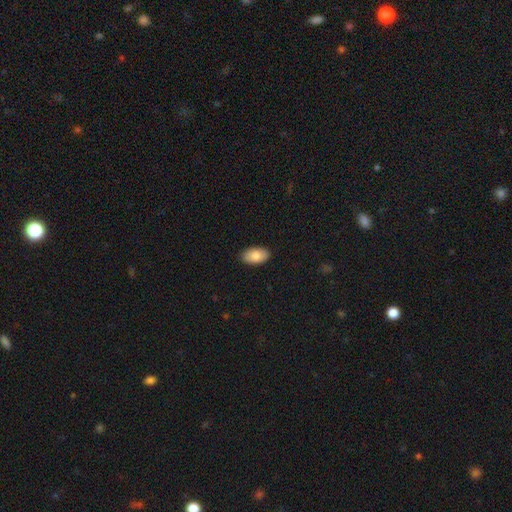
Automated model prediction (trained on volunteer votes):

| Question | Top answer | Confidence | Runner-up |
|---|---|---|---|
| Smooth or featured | smooth | 80% | featured or disk (13%) |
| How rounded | in between | 94% | round (4%) |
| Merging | none | 89% | minor disturbance (8%) |